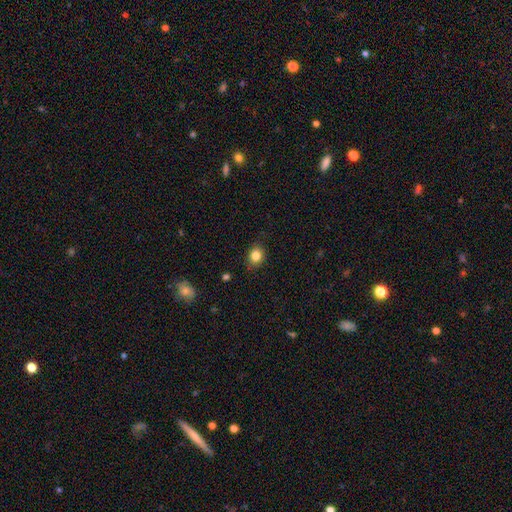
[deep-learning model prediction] A smooth galaxy with no disk features (83%) that is round (63%).

Vote fractions:
- Smooth or featured? smooth: 83% / star or artifact: 11% / featured or disk: 6%
- How rounded? round: 63% / in between: 36% / cigar-shaped: 1%
- Merging? none: 84% / minor disturbance: 12% / major disturbance: 3% / merger: 1%